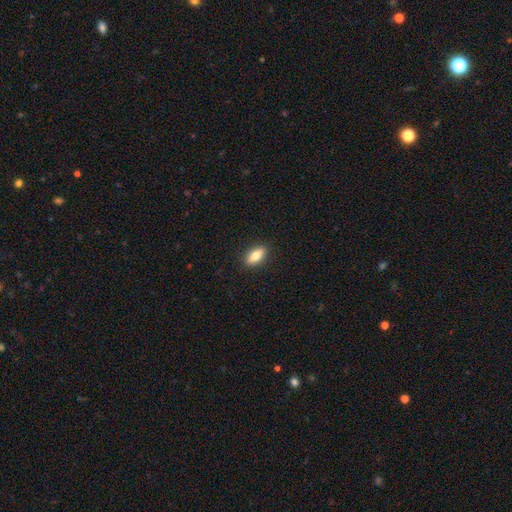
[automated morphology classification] smooth_or_featured: smooth (p=0.73) [alt: featured or disk p=0.20]
how_rounded: in between (p=0.78) [alt: cigar-shaped p=0.17]
merging: none (p=0.89) [alt: minor disturbance p=0.08]